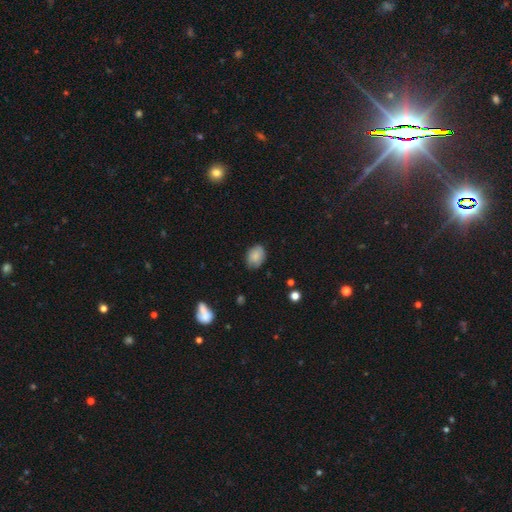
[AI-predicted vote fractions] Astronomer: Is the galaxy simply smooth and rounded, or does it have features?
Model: smooth — 80%.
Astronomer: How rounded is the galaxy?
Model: in between — 73%.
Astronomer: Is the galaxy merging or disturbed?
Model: none — 72%.